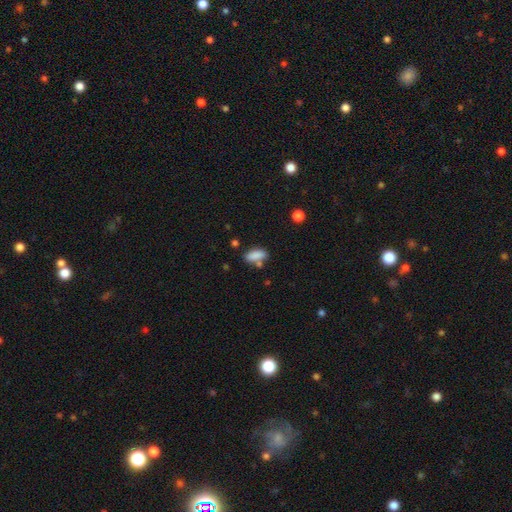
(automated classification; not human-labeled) Overall: smooth (84%). How rounded: in between (77%). Merging: none (63%).